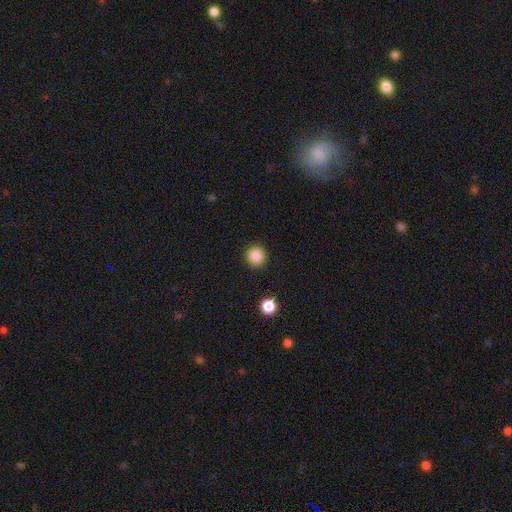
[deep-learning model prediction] Smooth or featured: smooth — 86% (star or artifact — 10%)
How rounded: round — 95% (in between — 4%)
Merging: none — 92% (minor disturbance — 5%)